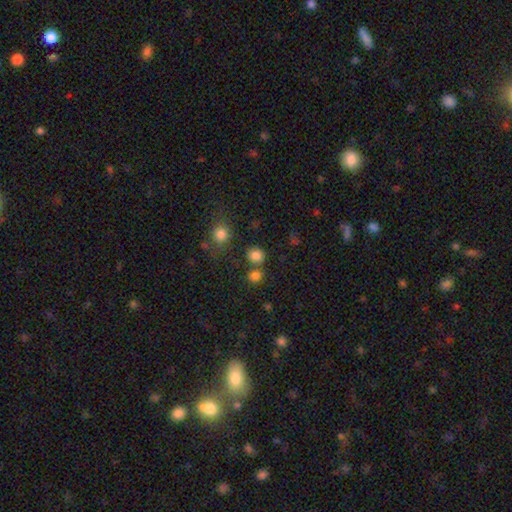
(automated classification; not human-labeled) smooth-or-featured: smooth: 81% | star or artifact: 14% | featured or disk: 5%
  how-rounded: round: 82% | in between: 17% | cigar-shaped: 1%
  merging: none: 70% | merger: 19% | minor disturbance: 8% | major disturbance: 3%